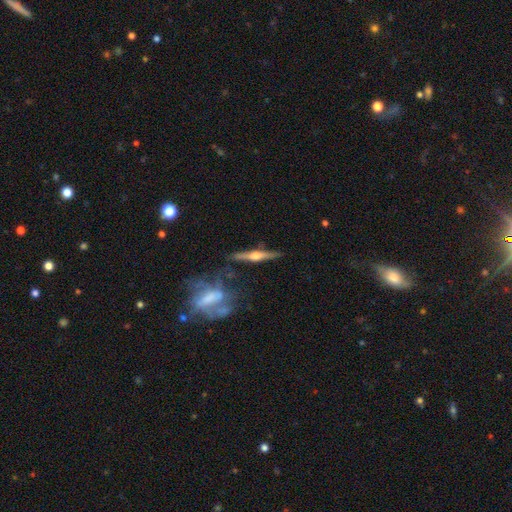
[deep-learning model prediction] This appears to be a featured or disk galaxy (74%) viewed edge-on (96%) with a rounded central bulge (91%). Merging: none (78%).